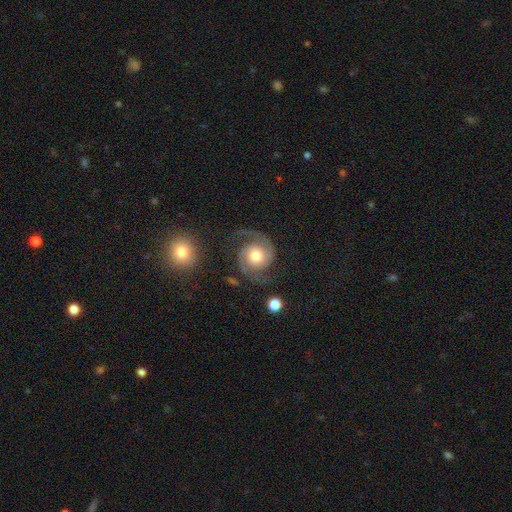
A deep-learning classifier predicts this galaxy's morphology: A featured or disk galaxy (89%) with no bar (74%), 2 (94%) medium (52%) spiral arms (98%) and a moderate central bulge (67%).

Vote fractions:
- Smooth or featured? featured or disk: 89% / smooth: 6% / star or artifact: 5%
- Edge-on disk? no: 98% / yes: 2%
- Bar? no: 74% / weak: 20% / strong: 5%
- Spiral arms? yes: 98% / no: 2%
- Spiral winding? medium: 52% / tight: 31% / loose: 17%
- Spiral arm count? 2: 94% / can't tell: 2% / 1: 1% / 3: 1% / 4: 1% / more than 4: 1%
- Bulge size? moderate: 67% / large: 16% / small: 13% / dominant: 2% / none: 2%
- Merging? none: 78% / minor disturbance: 13% / major disturbance: 6% / merger: 2%